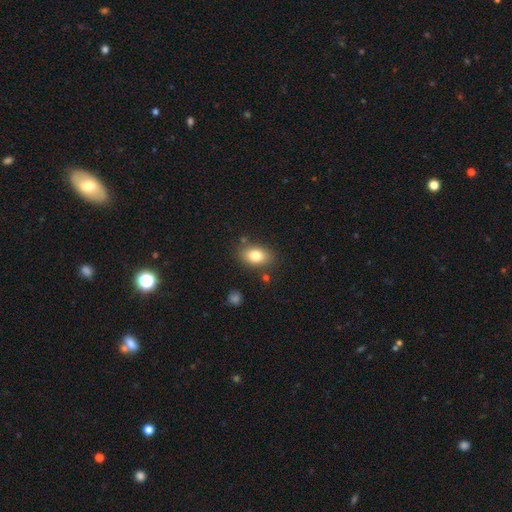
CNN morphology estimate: A smooth galaxy with no disk features (80%) that is in between round and cigar-shaped (83%). Merging: none (81%).